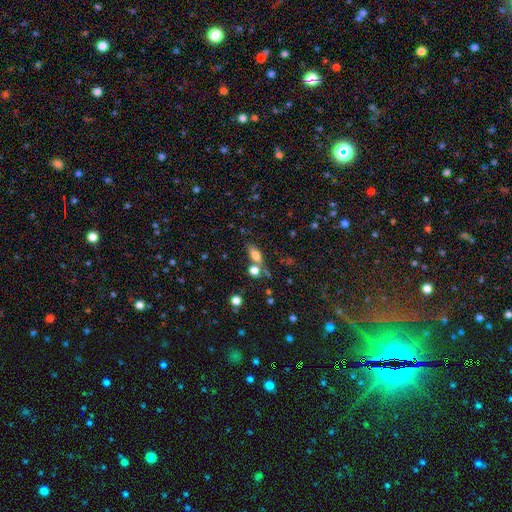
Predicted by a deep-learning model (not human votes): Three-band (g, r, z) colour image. It shows a smooth galaxy with no disk features (73%) that is in between round and cigar-shaped (74%). Merging: none (54%).